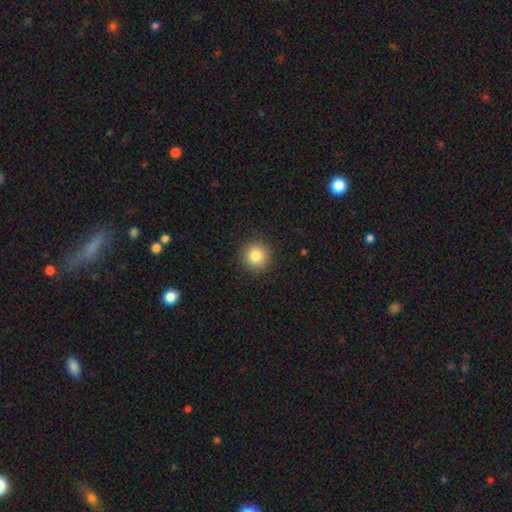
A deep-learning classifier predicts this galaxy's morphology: smooth 84%, star or artifact 10%, featured or disk 6%. Down the decision tree: how rounded — round (94%); merging — none (91%).